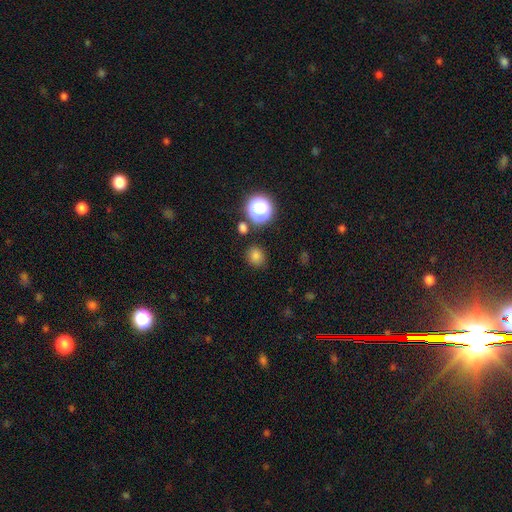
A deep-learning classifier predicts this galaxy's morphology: smooth_or_featured: smooth (p=0.77) [alt: star or artifact p=0.18]
how_rounded: round (p=0.75) [alt: in between p=0.24]
merging: none (p=0.82) [alt: minor disturbance p=0.10]